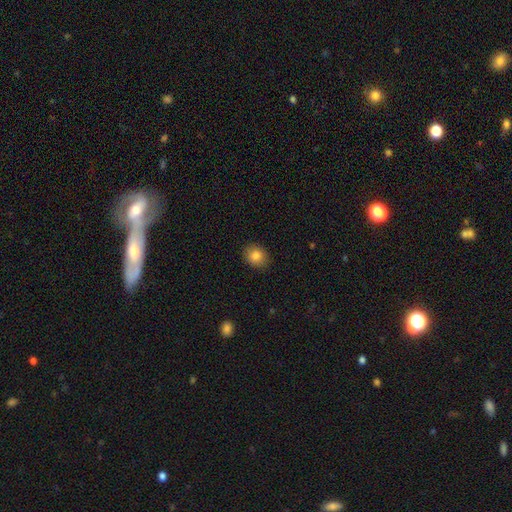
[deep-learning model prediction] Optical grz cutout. It shows a smooth galaxy with no disk features (83%) that is round (55%). Merging: none (89%).